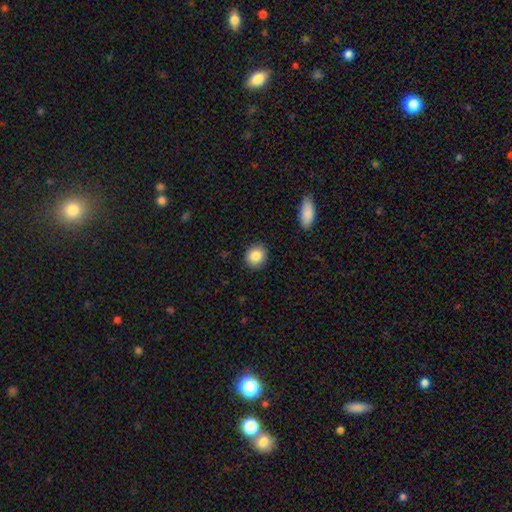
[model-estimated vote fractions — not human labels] Q: Smooth or featured?
A: smooth (86%); runner-up: star or artifact (8%)
Q: How rounded?
A: round (79%); runner-up: in between (20%)
Q: Merging?
A: none (90%); runner-up: minor disturbance (7%)